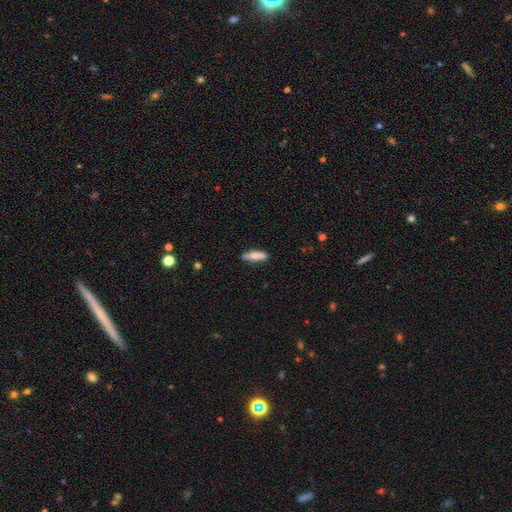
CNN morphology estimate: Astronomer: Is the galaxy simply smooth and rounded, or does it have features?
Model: smooth — 67%.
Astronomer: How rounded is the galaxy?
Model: cigar-shaped — 66%.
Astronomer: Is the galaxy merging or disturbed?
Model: none — 81%.